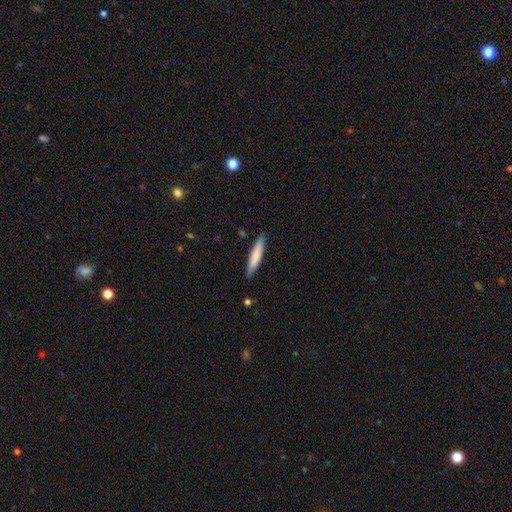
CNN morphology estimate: smooth_or_featured: smooth (p=0.75) [alt: featured or disk p=0.20]
how_rounded: cigar-shaped (p=0.89) [alt: in between p=0.10]
merging: none (p=0.87) [alt: minor disturbance p=0.11]